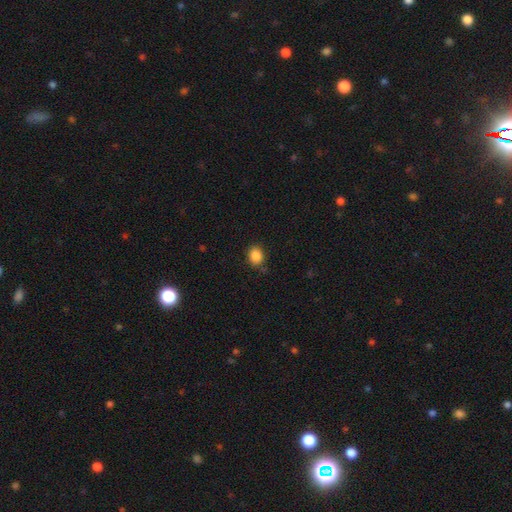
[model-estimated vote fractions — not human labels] Overall: smooth (86%). How rounded: round (55%; in between 44%). Merging: none (80%).